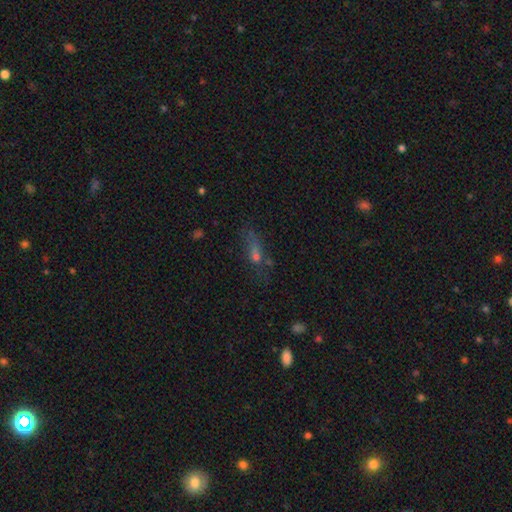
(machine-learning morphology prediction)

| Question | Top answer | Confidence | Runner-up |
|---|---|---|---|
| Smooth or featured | smooth | 36% | star or artifact (35%) |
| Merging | none | 61% | minor disturbance (19%) |